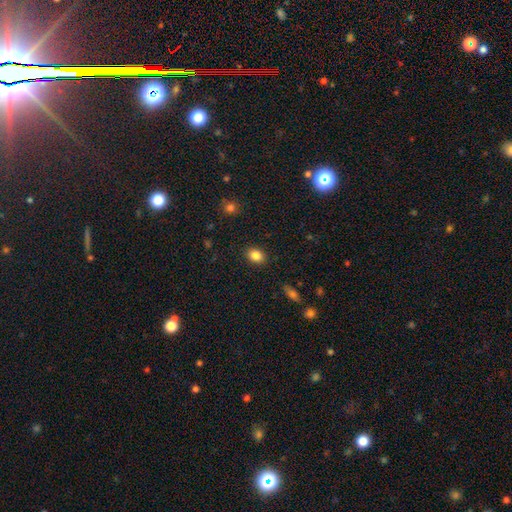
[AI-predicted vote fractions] Smooth or featured: smooth — 84% (star or artifact — 10%)
How rounded: in between — 67% (round — 32%)
Merging: none — 89% (minor disturbance — 8%)